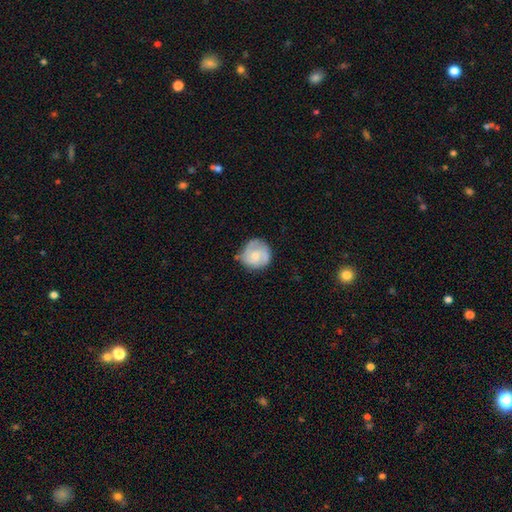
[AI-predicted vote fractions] featured or disk 54%, smooth 39%, star or artifact 6%. Down the decision tree: edge-on disk — no (98%); bar — no (73%); spiral arms — yes (83%); bulge size — small (50%); merging — none (66%).